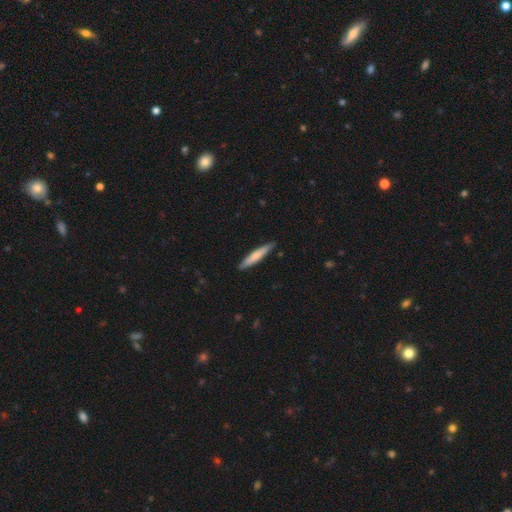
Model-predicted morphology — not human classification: This appears to be a smooth galaxy with no disk features (69%) that is cigar-shaped (92%). Merging: none (87%).